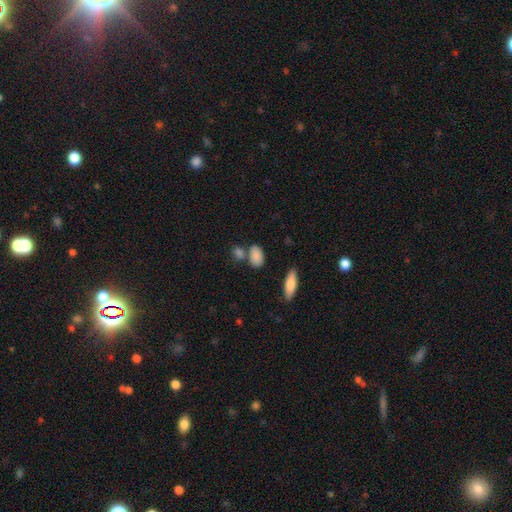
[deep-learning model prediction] smooth-or-featured: smooth: 85% | star or artifact: 8% | featured or disk: 6%
  how-rounded: in between: 87% | round: 10% | cigar-shaped: 4%
  merging: none: 59% | merger: 22% | minor disturbance: 14% | major disturbance: 4%